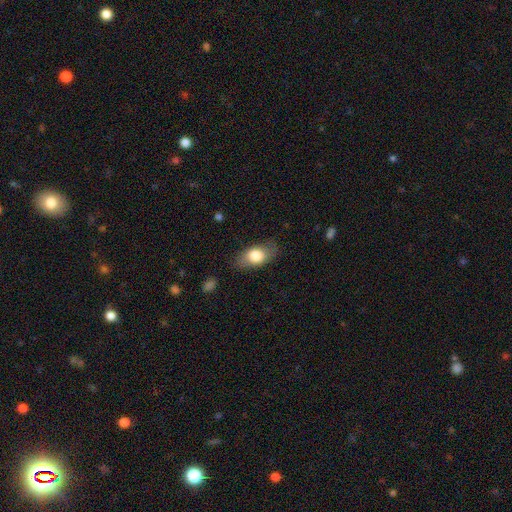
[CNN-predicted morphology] This appears to be a smooth galaxy with no disk features (75%) that is in between round and cigar-shaped (86%). Merging: none (77%).